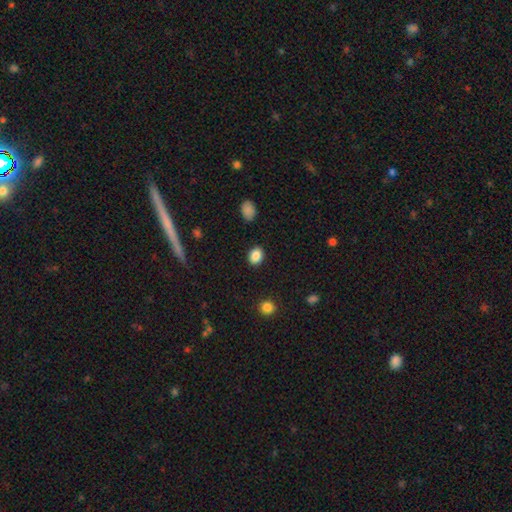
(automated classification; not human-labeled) Overall: smooth (87%). How rounded: in between (51%; round 48%). Merging: none (89%).